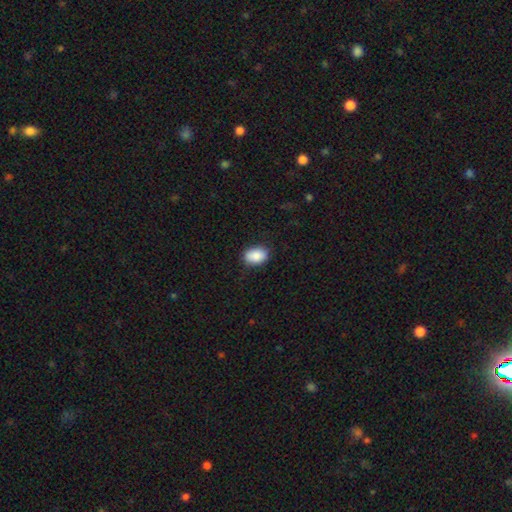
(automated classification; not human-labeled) smooth_or_featured: smooth (p=0.89) [alt: star or artifact p=0.07]
how_rounded: in between (p=0.84) [alt: round p=0.14]
merging: none (p=0.85) [alt: minor disturbance p=0.11]